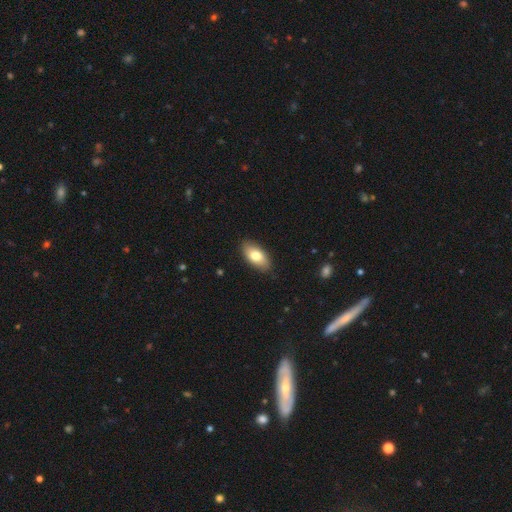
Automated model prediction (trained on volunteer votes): smooth 77%, featured or disk 17%, star or artifact 6%. Down the decision tree: how rounded — in between (92%); merging — none (86%).